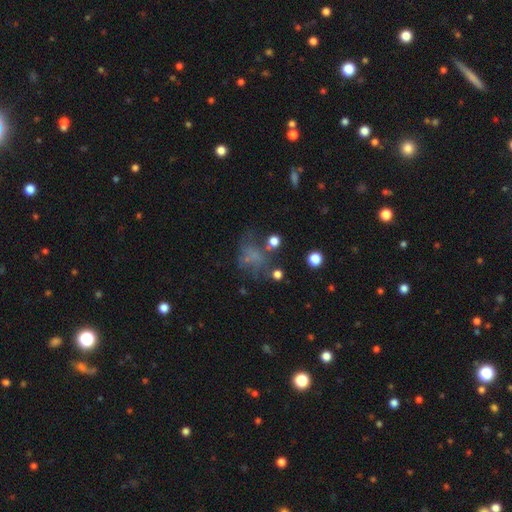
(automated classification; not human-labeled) This appears to be a smooth galaxy with no disk features (43%). Merging: none (41%).